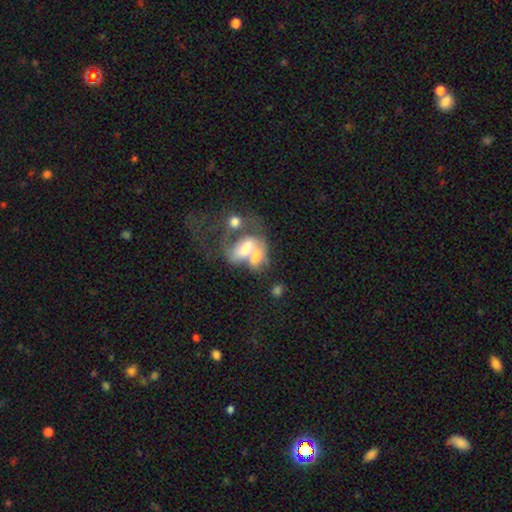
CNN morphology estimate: smooth 51%, featured or disk 40%, star or artifact 9%. Down the decision tree: how rounded — in between (83%); merging — merger (74%).